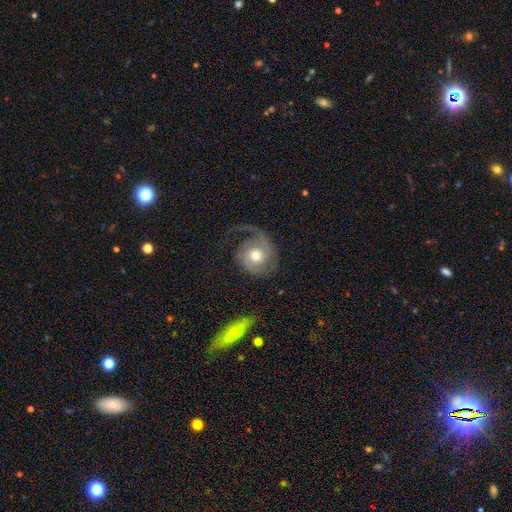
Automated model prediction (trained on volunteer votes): The model was most divided on "spiral winding": medium: 37%, loose: 35%, tight: 28%. Remaining: edge-on disk — no (97%); spiral arms — yes (93%); smooth or featured — featured or disk (73%); bar — no (72%); bulge size — moderate (72%); spiral arm count — 1 (54%); merging — none (47%).